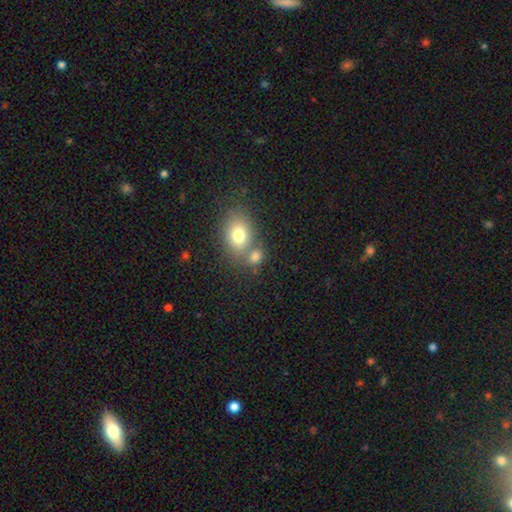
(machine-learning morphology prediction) smooth 77%, star or artifact 13%, featured or disk 10%. Down the decision tree: how rounded — in between (52%); merging — none (50%).